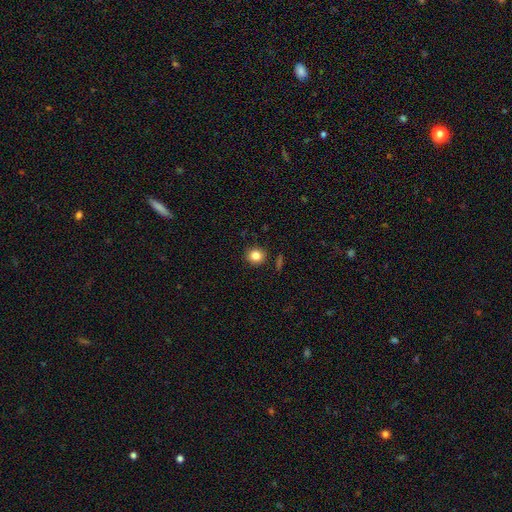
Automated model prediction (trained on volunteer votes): This appears to be a smooth galaxy with no disk features (84%) that is round (87%). Merging: none (89%).